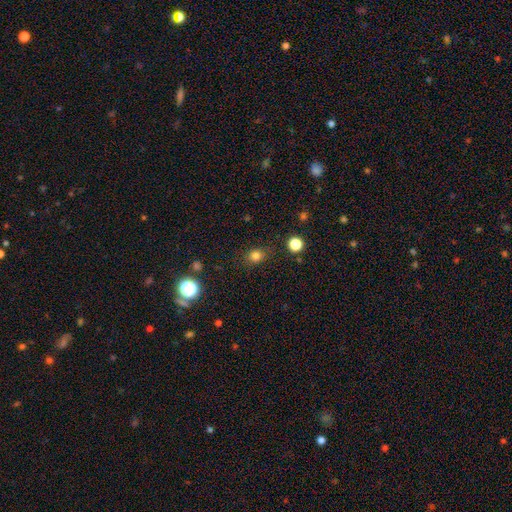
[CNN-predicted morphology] smooth_or_featured: smooth (p=0.80) [alt: star or artifact p=0.15]
how_rounded: round (p=0.67) [alt: in between p=0.32]
merging: none (p=0.82) [alt: minor disturbance p=0.12]